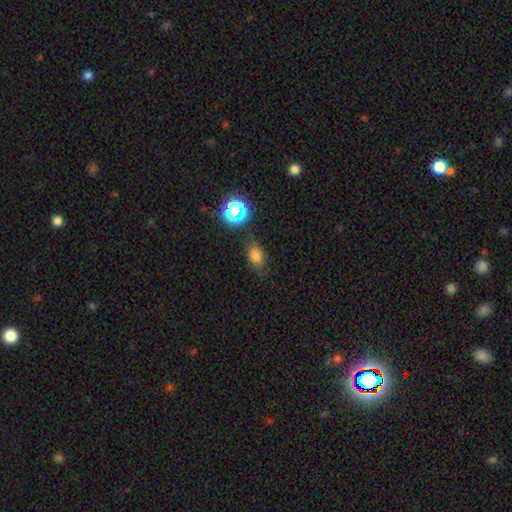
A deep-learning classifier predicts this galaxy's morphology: Smooth or featured: smooth — 73% (star or artifact — 18%)
How rounded: in between — 78% (round — 19%)
Merging: none — 74% (minor disturbance — 17%)